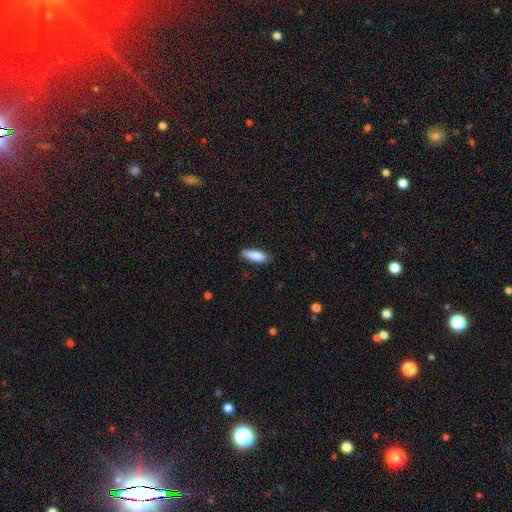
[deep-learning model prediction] Morphology: type=smooth (87%); roundness=in between (61%); merging=none (74%).